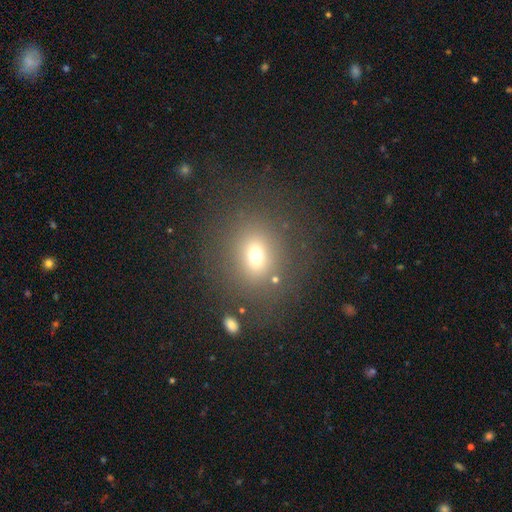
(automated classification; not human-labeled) smooth-or-featured: smooth: 68% | star or artifact: 19% | featured or disk: 13%
  how-rounded: round: 71% | in between: 28% | cigar-shaped: 1%
  merging: none: 78% | minor disturbance: 11% | major disturbance: 8% | merger: 4%